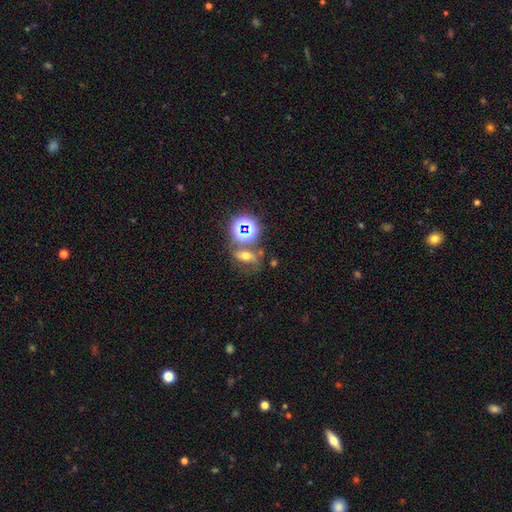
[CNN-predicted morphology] Smooth or featured: star or artifact — 66% (smooth — 19%)